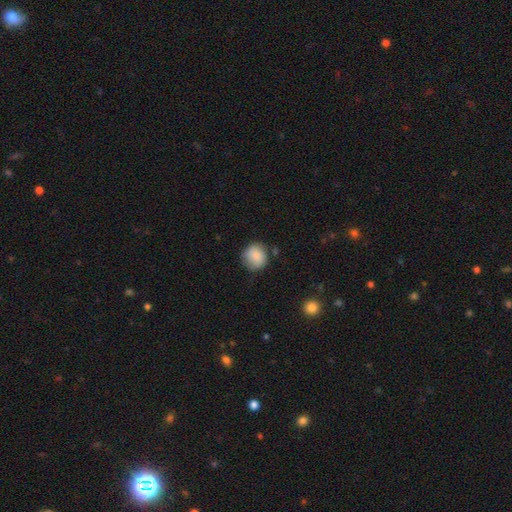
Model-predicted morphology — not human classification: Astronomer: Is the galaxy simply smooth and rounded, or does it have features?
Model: smooth — 84%.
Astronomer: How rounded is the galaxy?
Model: round — 86%.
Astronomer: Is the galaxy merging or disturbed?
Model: none — 70%.